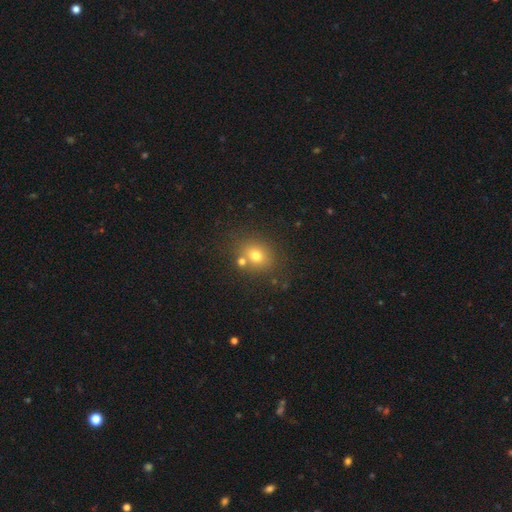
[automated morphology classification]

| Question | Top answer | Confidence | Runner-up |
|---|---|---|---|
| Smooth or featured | smooth | 72% | star or artifact (15%) |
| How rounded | round | 61% | in between (38%) |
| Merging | none | 67% | merger (18%) |